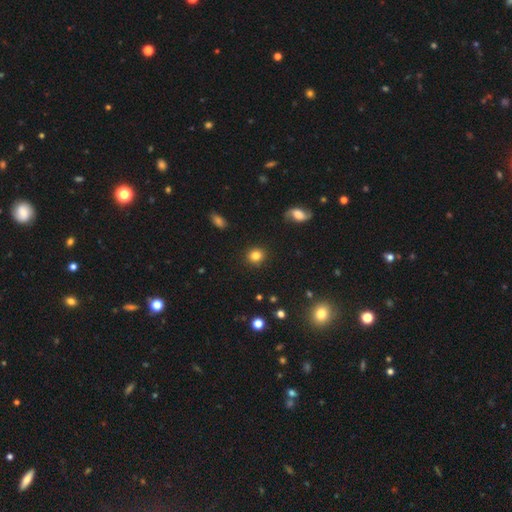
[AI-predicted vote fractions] Smooth or featured?
  - smooth: 83% *
  - star or artifact: 10%
  - featured or disk: 7%
How rounded?
  - round: 85% *
  - in between: 14%
  - cigar-shaped: 1%
Merging?
  - none: 90% *
  - minor disturbance: 6%
  - major disturbance: 2%
  - merger: 1%